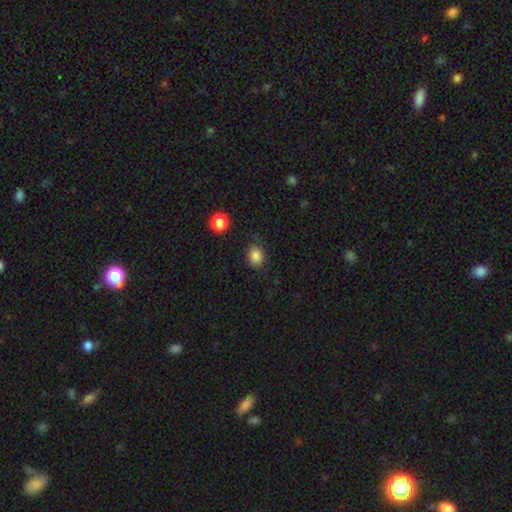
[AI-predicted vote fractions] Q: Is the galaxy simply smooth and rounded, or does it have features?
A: smooth — 85%.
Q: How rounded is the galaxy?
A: round — 50%.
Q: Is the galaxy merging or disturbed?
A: none — 81%.